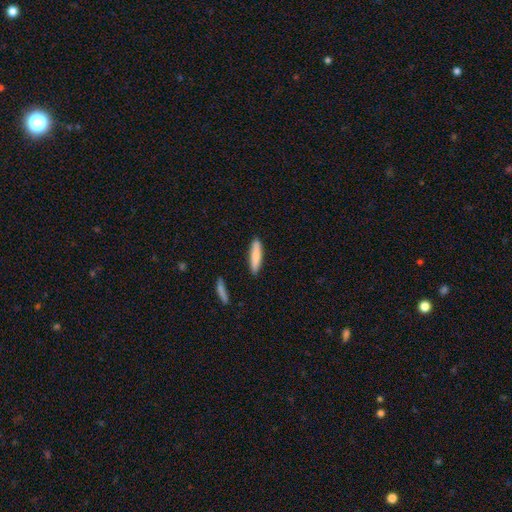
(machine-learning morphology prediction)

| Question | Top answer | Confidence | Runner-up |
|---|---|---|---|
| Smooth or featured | smooth | 81% | featured or disk (14%) |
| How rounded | cigar-shaped | 79% | in between (20%) |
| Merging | none | 87% | minor disturbance (9%) |